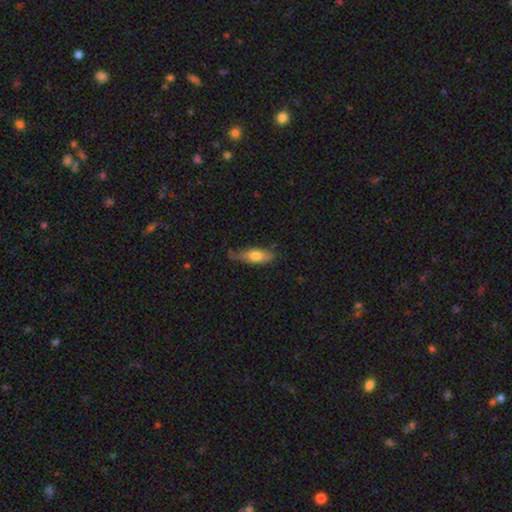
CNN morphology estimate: Q: Smooth or featured?
A: smooth (70%); runner-up: featured or disk (24%)
Q: How rounded?
A: in between (71%); runner-up: cigar-shaped (26%)
Q: Merging?
A: none (51%); runner-up: minor disturbance (35%)